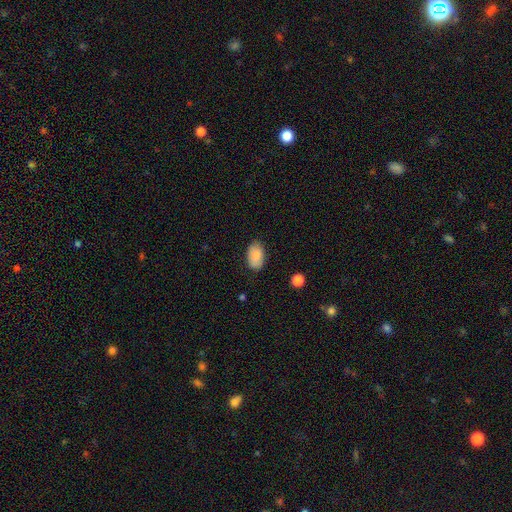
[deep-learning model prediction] This is clearly a smooth galaxy (84%). How rounded: clearly in between (92%). Merging: clearly none (83%).